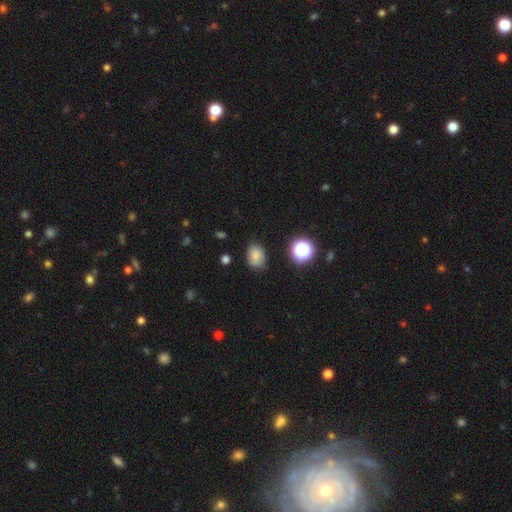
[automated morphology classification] A smooth galaxy with no disk features (77%) that is in between round and cigar-shaped (66%). Merging: none (71%).